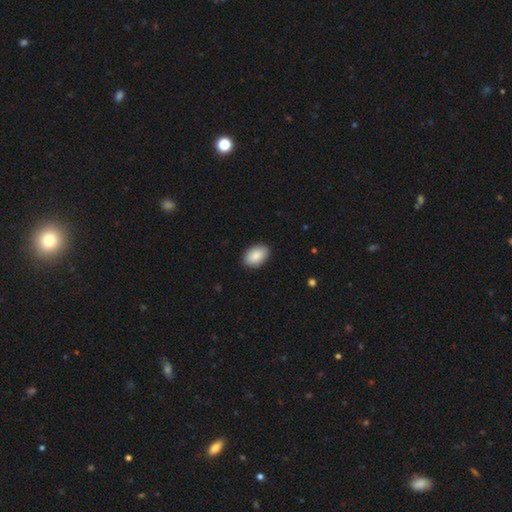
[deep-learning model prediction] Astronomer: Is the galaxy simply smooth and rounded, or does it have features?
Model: smooth — 90%.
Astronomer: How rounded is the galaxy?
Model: in between — 91%.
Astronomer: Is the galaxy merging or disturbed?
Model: none — 89%.